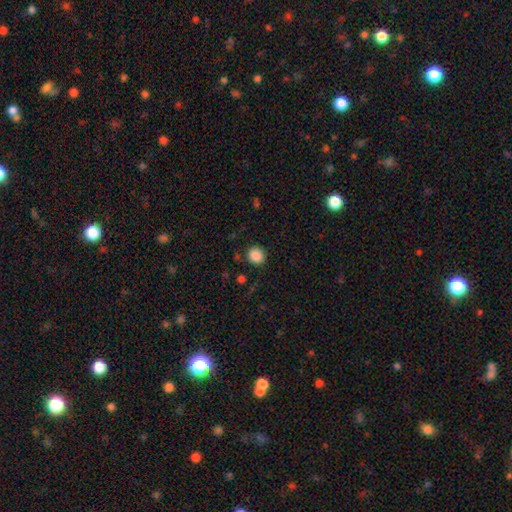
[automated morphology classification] Smooth or featured: smooth — 87% (star or artifact — 9%)
How rounded: round — 84% (in between — 15%)
Merging: none — 86% (minor disturbance — 9%)